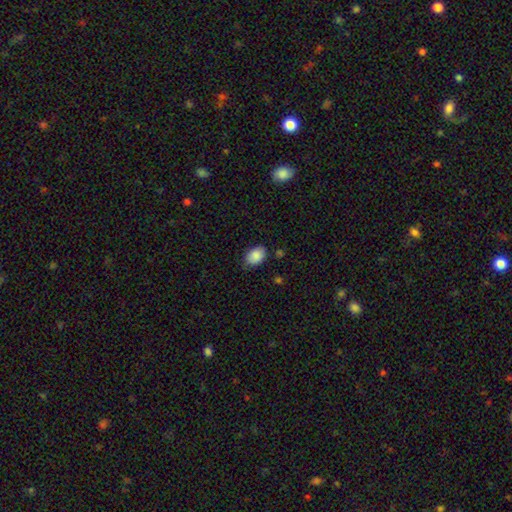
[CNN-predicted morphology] Smooth or featured? Predicted: smooth (p=0.88). How rounded? Predicted: in between (p=0.84). Merging? Predicted: none (p=0.75).